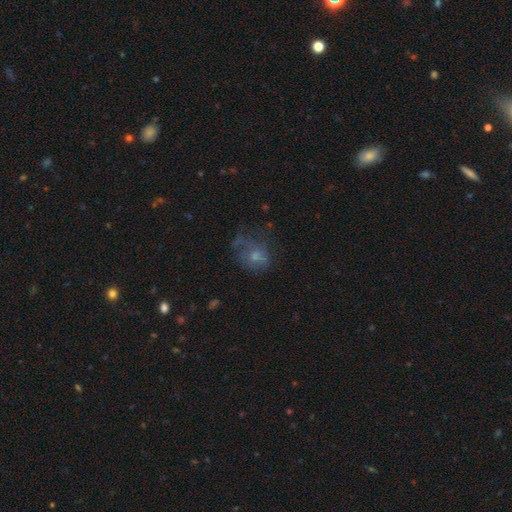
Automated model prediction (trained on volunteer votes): Smooth or featured: smooth — 48% (featured or disk — 38%)
Merging: major disturbance — 37% (none — 36%)